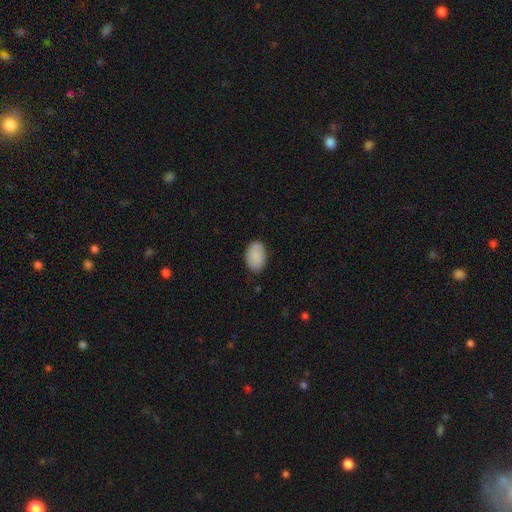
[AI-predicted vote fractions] The model was most divided on "merging": none: 84%, minor disturbance: 13%, major disturbance: 2%, merger: 1%. More confident: how rounded — in between (90%); smooth or featured — smooth (89%).